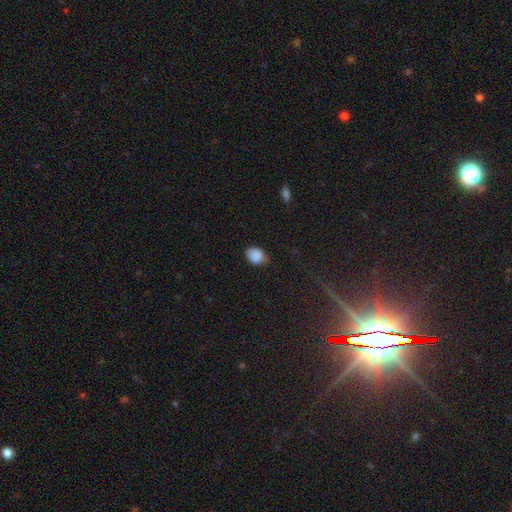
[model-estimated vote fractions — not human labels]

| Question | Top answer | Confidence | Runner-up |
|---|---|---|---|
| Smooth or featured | smooth | 88% | star or artifact (9%) |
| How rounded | in between | 61% | round (38%) |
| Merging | none | 72% | minor disturbance (23%) |